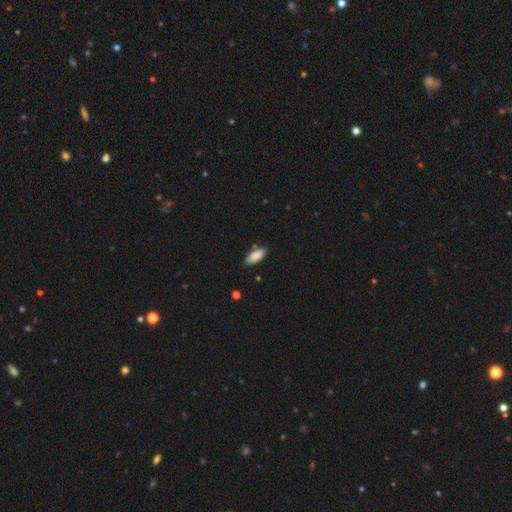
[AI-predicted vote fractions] This is clearly a smooth galaxy (88%). How rounded: clearly in between (86%). Merging: clearly none (80%).